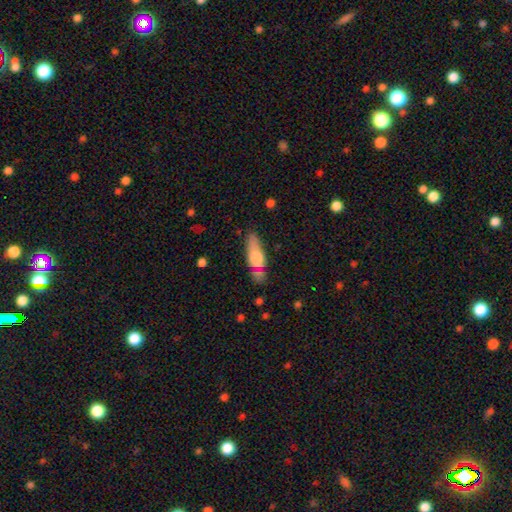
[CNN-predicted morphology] Q: Smooth or featured?
A: smooth (65%); runner-up: featured or disk (27%)
Q: How rounded?
A: in between (56%); runner-up: cigar-shaped (39%)
Q: Merging?
A: none (46%); runner-up: minor disturbance (28%)